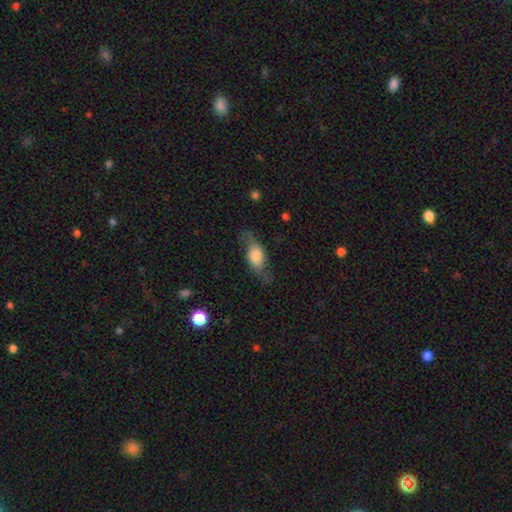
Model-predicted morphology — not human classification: Q: Smooth or featured?
A: smooth (47%); runner-up: featured or disk (46%)
Q: Merging?
A: none (62%); runner-up: minor disturbance (21%)